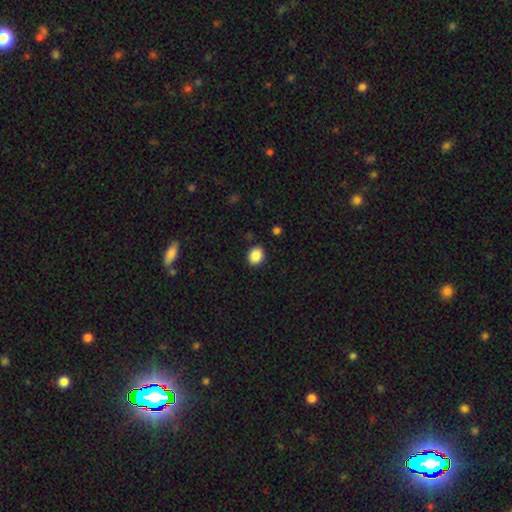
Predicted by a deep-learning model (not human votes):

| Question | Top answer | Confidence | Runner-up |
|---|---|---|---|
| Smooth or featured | smooth | 88% | star or artifact (9%) |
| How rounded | round | 65% | in between (34%) |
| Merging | none | 89% | minor disturbance (8%) |